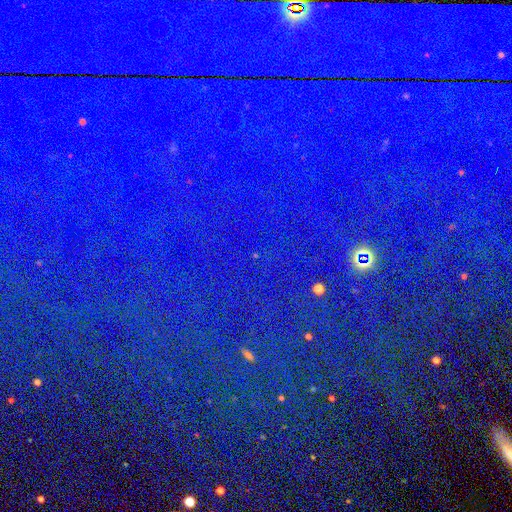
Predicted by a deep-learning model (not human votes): This appears to be a star or artifact, not a galaxy (85%).